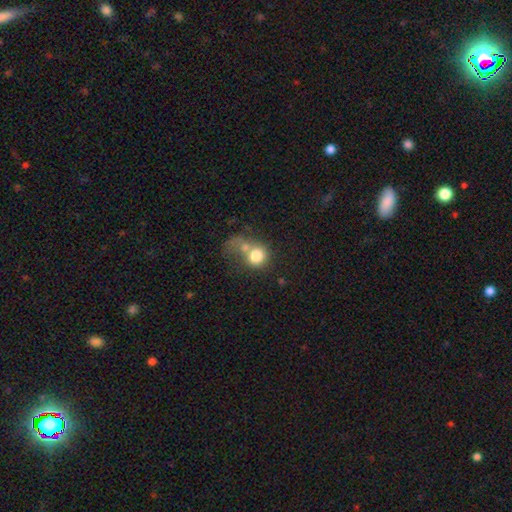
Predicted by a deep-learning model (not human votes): Overall: smooth (74%). How rounded: round (70%). Merging: merger (51%; none 20%).